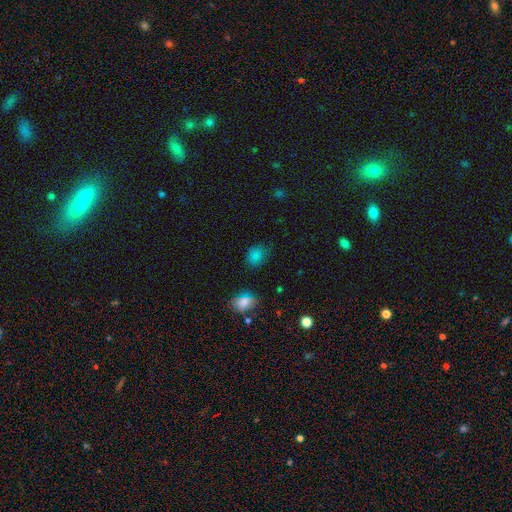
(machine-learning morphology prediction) A smooth galaxy with no disk features (81%) that is round (50%).

Vote fractions:
- Smooth or featured? smooth: 81% / star or artifact: 15% / featured or disk: 5%
- How rounded? round: 50% / in between: 49% / cigar-shaped: 1%
- Merging? none: 74% / minor disturbance: 19% / major disturbance: 5% / merger: 2%